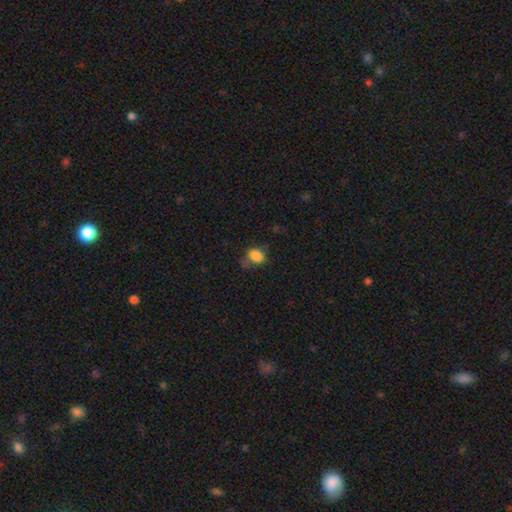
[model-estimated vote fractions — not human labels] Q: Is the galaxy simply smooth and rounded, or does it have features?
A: smooth — 84%.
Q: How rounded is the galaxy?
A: in between — 55%.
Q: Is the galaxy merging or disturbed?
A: none — 49%.